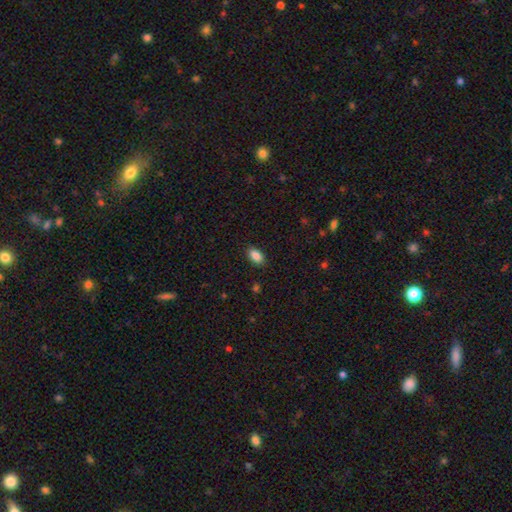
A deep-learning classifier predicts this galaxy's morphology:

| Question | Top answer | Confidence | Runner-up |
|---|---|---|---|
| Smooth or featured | smooth | 88% | star or artifact (8%) |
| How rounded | in between | 92% | round (5%) |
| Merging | none | 88% | minor disturbance (9%) |